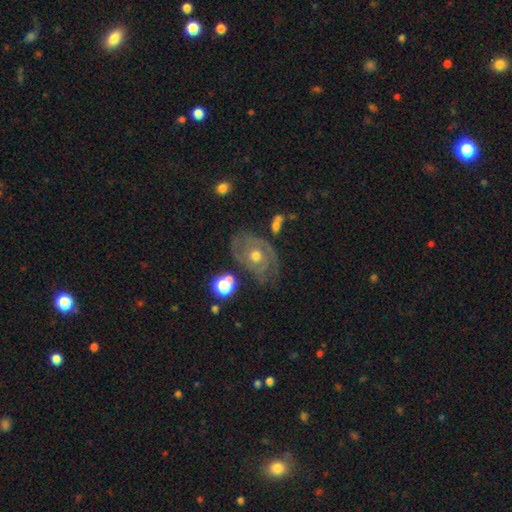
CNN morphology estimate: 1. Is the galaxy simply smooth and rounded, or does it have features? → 79% featured or disk, 12% smooth, 9% star or artifact.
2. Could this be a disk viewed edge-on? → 96% no, 4% yes.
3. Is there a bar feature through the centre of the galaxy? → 79% no, 17% weak, 4% strong.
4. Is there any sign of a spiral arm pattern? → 86% yes, 14% no.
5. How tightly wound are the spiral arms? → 63% tight, 29% medium, 8% loose.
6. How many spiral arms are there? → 45% 2, 29% can't tell, 13% 3, 5% 1, 4% 4, 4% more than 4.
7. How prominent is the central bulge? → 72% moderate, 23% small, 3% large, 1% none, 1% dominant.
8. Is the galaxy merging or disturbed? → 69% none, 19% minor disturbance, 8% major disturbance, 4% merger.